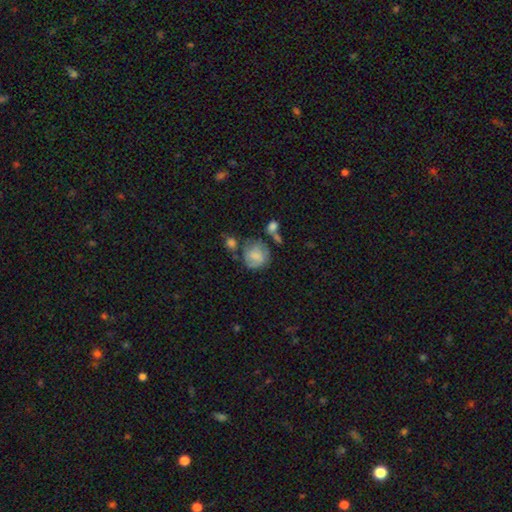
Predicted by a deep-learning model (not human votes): A smooth galaxy with no disk features (62%) that is round (80%).

Vote fractions:
- Smooth or featured? smooth: 62% / featured or disk: 30% / star or artifact: 8%
- How rounded? round: 80% / in between: 19% / cigar-shaped: 1%
- Merging? none: 51% / minor disturbance: 23% / major disturbance: 13% / merger: 13%